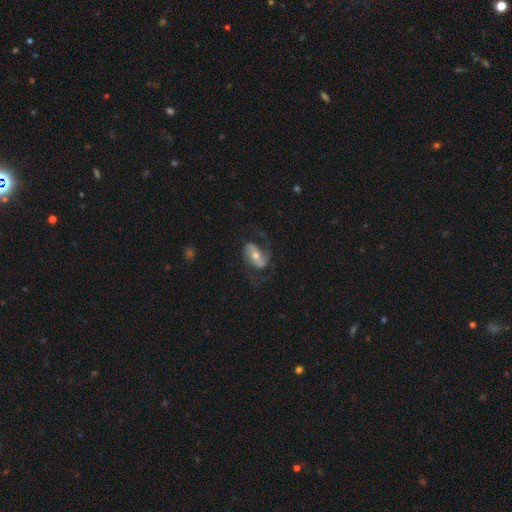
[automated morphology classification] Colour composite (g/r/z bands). It shows a featured or disk galaxy (81%) with a weak bar (36%), 2 (89%) medium (45%) spiral arms (94%) and a moderate central bulge (58%). Merging: none (66%).